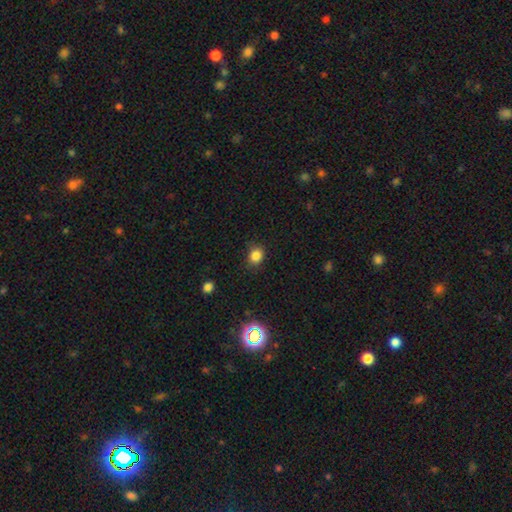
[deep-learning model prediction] Q: Smooth or featured?
A: smooth (83%); runner-up: star or artifact (13%)
Q: How rounded?
A: round (72%); runner-up: in between (27%)
Q: Merging?
A: none (83%); runner-up: minor disturbance (12%)